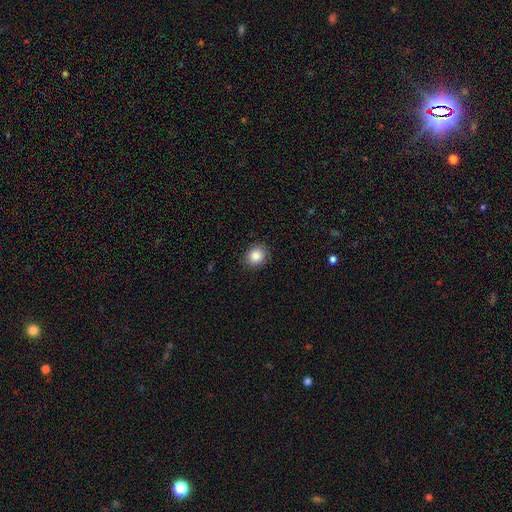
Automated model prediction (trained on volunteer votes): smooth-or-featured: smooth: 86% | star or artifact: 9% | featured or disk: 5%
  how-rounded: round: 72% | in between: 27% | cigar-shaped: 1%
  merging: none: 88% | minor disturbance: 9% | major disturbance: 2% | merger: 1%